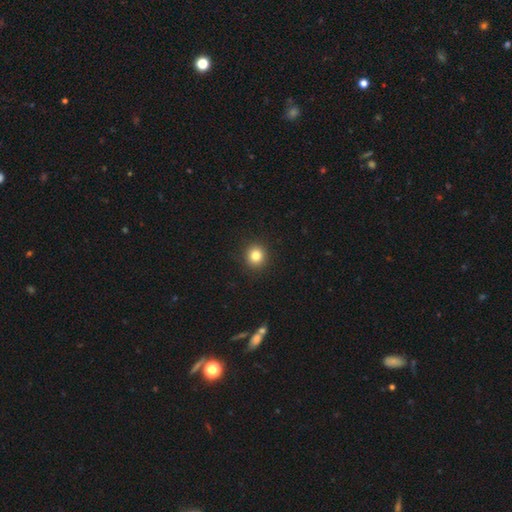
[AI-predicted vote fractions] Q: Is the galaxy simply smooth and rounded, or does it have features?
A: smooth — 82%.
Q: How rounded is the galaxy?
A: round — 90%.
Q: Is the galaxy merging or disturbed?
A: none — 92%.